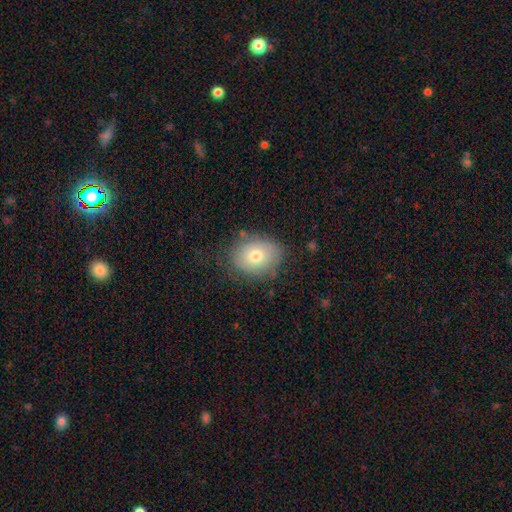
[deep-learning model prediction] Q: Smooth or featured?
A: smooth (73%); runner-up: featured or disk (18%)
Q: How rounded?
A: in between (55%); runner-up: round (44%)
Q: Merging?
A: none (76%); runner-up: minor disturbance (18%)